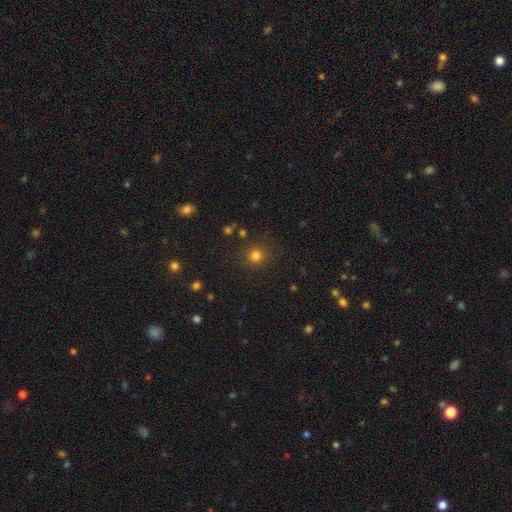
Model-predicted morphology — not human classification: This is likely a smooth galaxy (80%). How rounded: clearly round (92%). Merging: clearly none (85%).